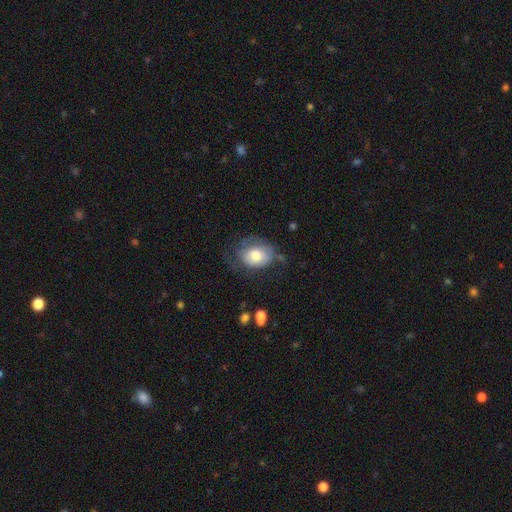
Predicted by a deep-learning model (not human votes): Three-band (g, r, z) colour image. It shows a smooth galaxy with no disk features (65%) that is in between round and cigar-shaped (62%). Merging: none (43%).